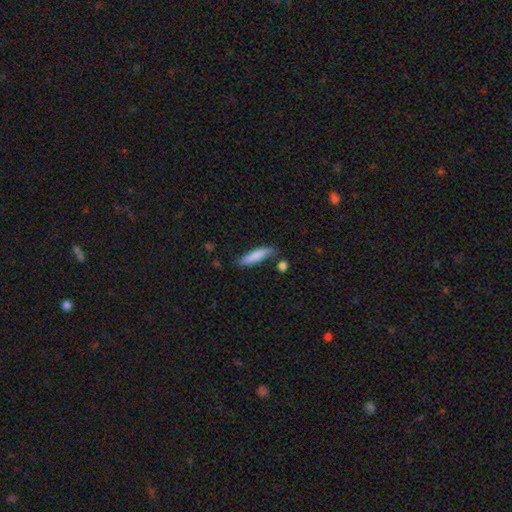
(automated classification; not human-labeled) Smooth or featured? Predicted: smooth (p=0.82). How rounded? Predicted: cigar-shaped (p=0.73). Merging? Predicted: none (p=0.71).